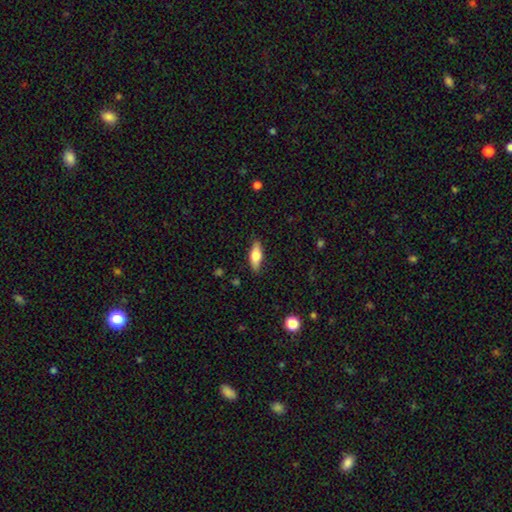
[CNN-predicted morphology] The model was most divided on "how rounded": in between: 64%, cigar-shaped: 33%, round: 3%. More confident: merging — none (85%); smooth or featured — smooth (68%).